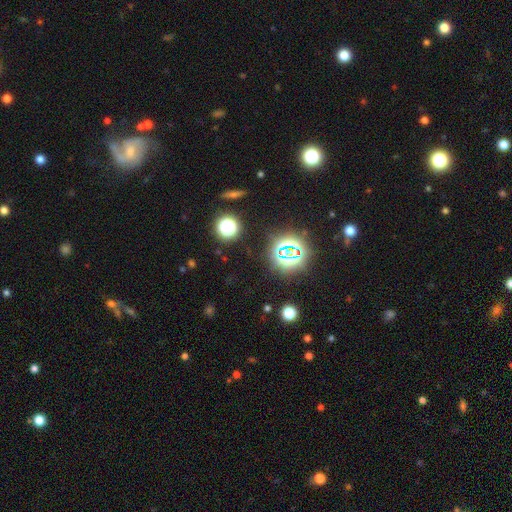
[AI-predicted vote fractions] A star or artifact, not a galaxy (71%).

Vote fractions:
- Smooth or featured? star or artifact: 71% / smooth: 22% / featured or disk: 8%